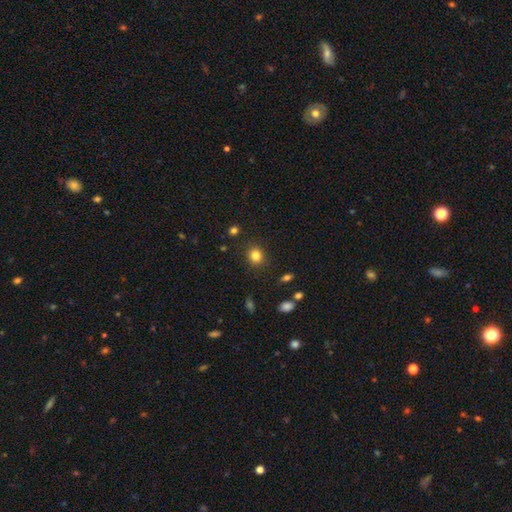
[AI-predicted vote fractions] The model was most divided on "how rounded": round: 80%, in between: 19%, cigar-shaped: 1%. More confident: merging — none (88%); smooth or featured — smooth (83%).